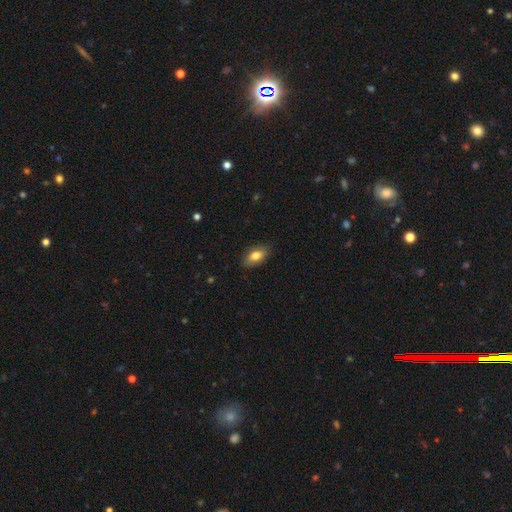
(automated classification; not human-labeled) This is likely a smooth galaxy (80%). How rounded: clearly in between (90%). Merging: clearly none (86%).